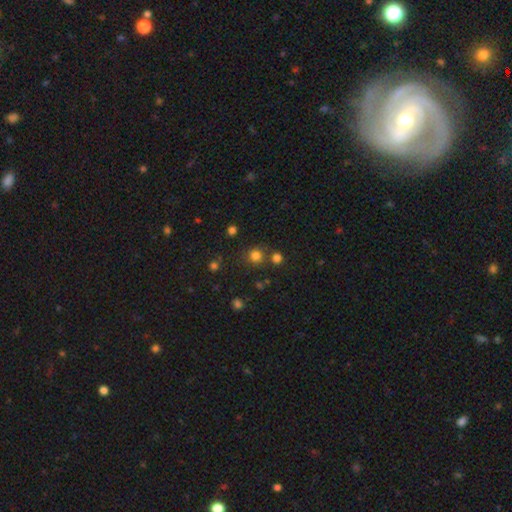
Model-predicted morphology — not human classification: Smooth or featured: smooth — 77% (star or artifact — 17%)
How rounded: round — 91% (in between — 8%)
Merging: none — 76% (merger — 12%)